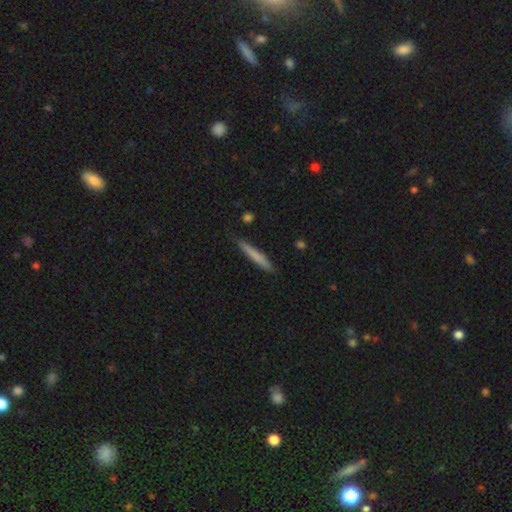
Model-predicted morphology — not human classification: Smooth or featured: smooth — 71% (featured or disk — 23%)
How rounded: cigar-shaped — 95% (in between — 3%)
Merging: none — 87% (minor disturbance — 10%)